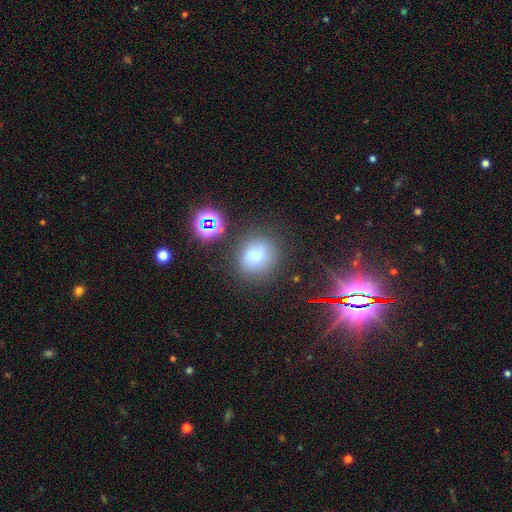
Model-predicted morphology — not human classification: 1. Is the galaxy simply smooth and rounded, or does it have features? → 69% smooth, 18% star or artifact, 13% featured or disk.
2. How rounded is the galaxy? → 85% round, 14% in between, 1% cigar-shaped.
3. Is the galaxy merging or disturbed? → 73% none, 15% minor disturbance, 6% major disturbance, 6% merger.